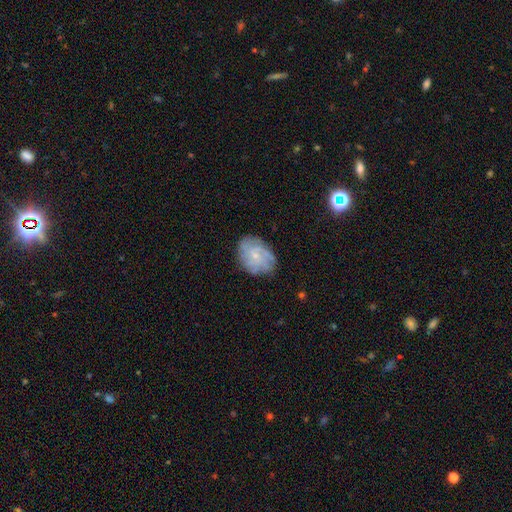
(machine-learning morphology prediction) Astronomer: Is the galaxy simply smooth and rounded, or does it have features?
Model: featured or disk — 62%.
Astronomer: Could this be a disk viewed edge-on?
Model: no — 97%.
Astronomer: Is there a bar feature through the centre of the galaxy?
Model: no — 79%.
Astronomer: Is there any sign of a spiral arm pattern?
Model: yes — 87%.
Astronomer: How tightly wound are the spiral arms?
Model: tight — 56% (runner-up: medium, 32%).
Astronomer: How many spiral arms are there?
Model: can't tell — 43% (runner-up: 4, 20%).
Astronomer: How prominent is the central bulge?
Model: small — 76%.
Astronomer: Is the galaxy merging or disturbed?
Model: none — 76%.